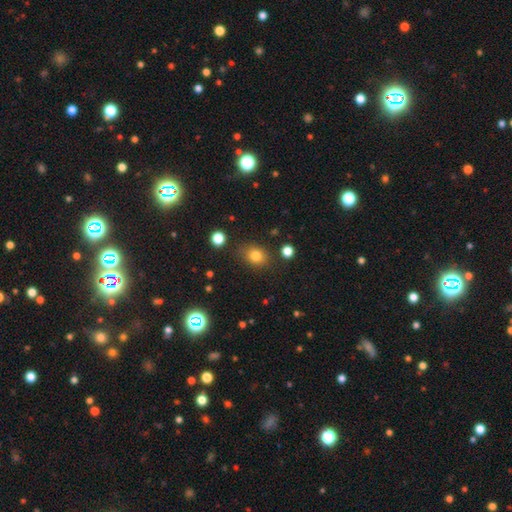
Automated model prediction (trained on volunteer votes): A smooth galaxy with no disk features (80%) that is round (55%).

Vote fractions:
- Smooth or featured? smooth: 80% / star or artifact: 13% / featured or disk: 7%
- How rounded? round: 55% / in between: 44% / cigar-shaped: 1%
- Merging? none: 80% / minor disturbance: 13% / major disturbance: 4% / merger: 3%